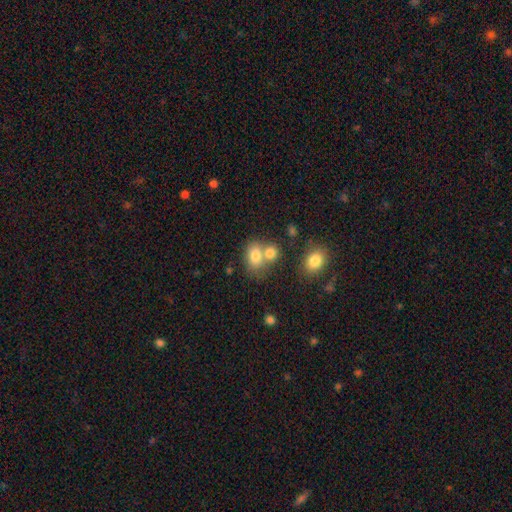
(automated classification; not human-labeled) A smooth galaxy with no disk features (78%) that is in between round and cigar-shaped (64%). Merging: merger (49%).